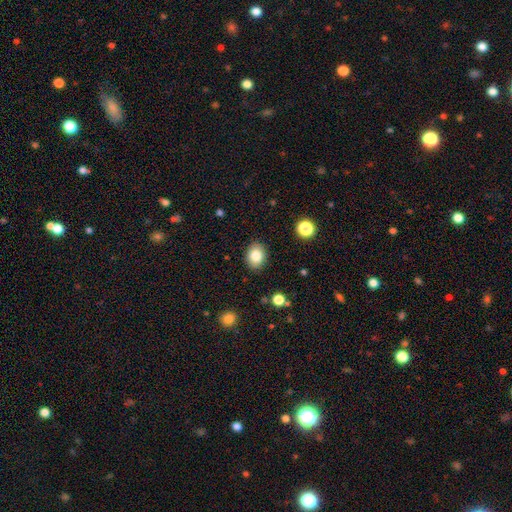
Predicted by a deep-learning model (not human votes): Smooth or featured: smooth — 83% (star or artifact — 9%)
How rounded: in between — 62% (round — 37%)
Merging: none — 88% (minor disturbance — 9%)